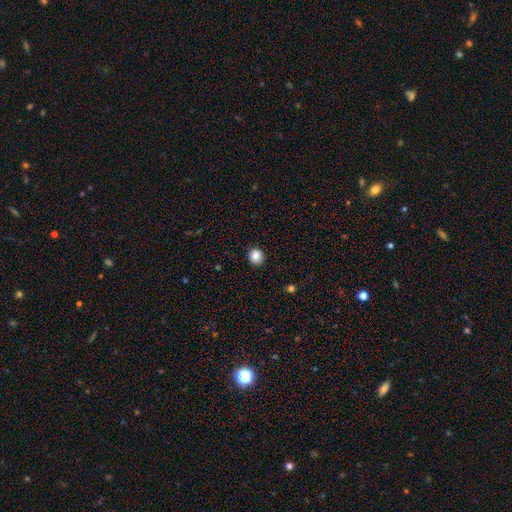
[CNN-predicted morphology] This appears to be a smooth galaxy with no disk features (86%) that is round (85%). Merging: none (91%).